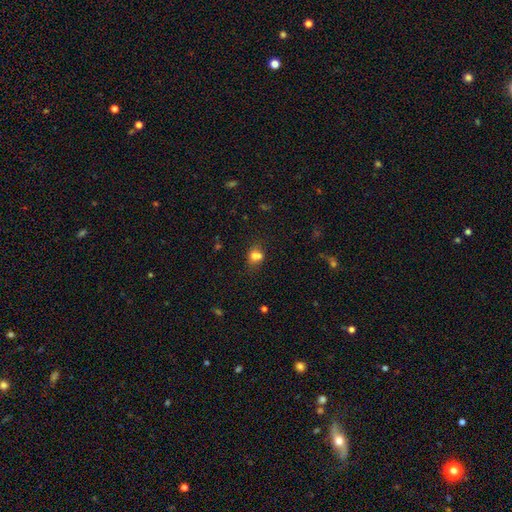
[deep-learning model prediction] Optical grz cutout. It shows a smooth galaxy with no disk features (74%) that is in between round and cigar-shaped (54%). Merging: none (48%).